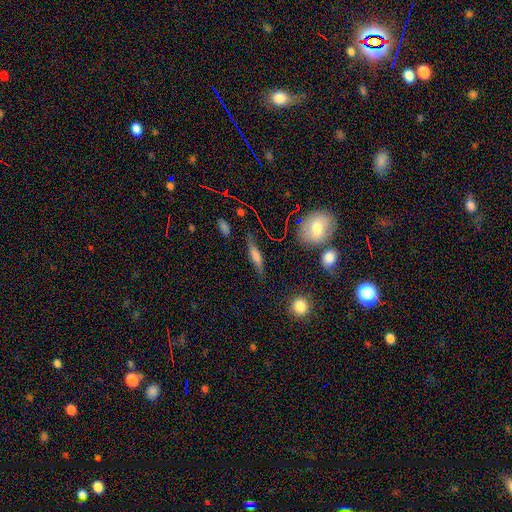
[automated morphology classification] A smooth galaxy with no disk features (53%) that is cigar-shaped (67%). Merging: none (75%).